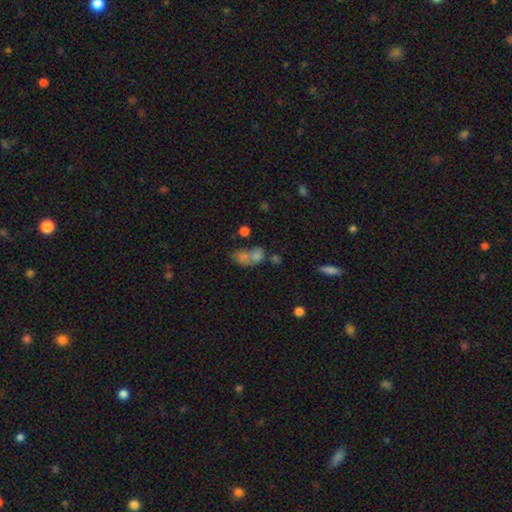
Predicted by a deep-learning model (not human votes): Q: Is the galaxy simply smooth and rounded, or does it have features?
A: smooth — 67%.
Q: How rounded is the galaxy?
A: in between — 69%.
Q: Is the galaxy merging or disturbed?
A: merger — 57%.